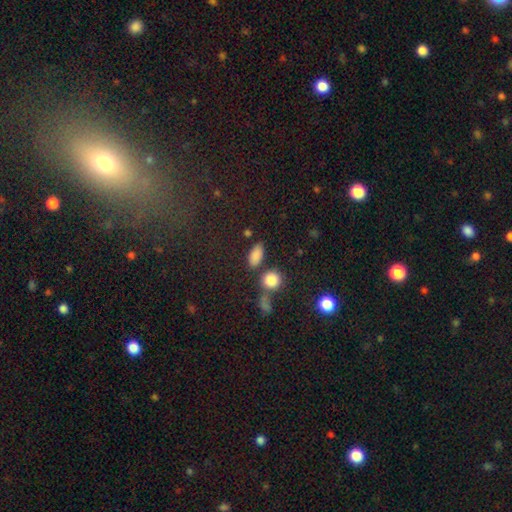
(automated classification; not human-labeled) Morphology: type=smooth (84%); roundness=in between (81%); merging=none (72%).